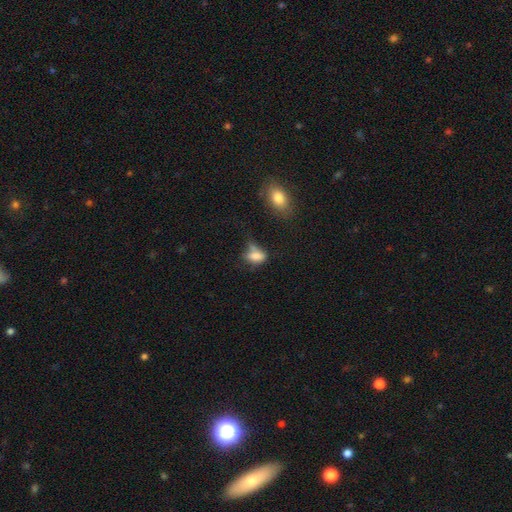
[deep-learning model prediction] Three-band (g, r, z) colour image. It shows a smooth galaxy with no disk features (75%) that is in between round and cigar-shaped (81%). Merging: none (34%).